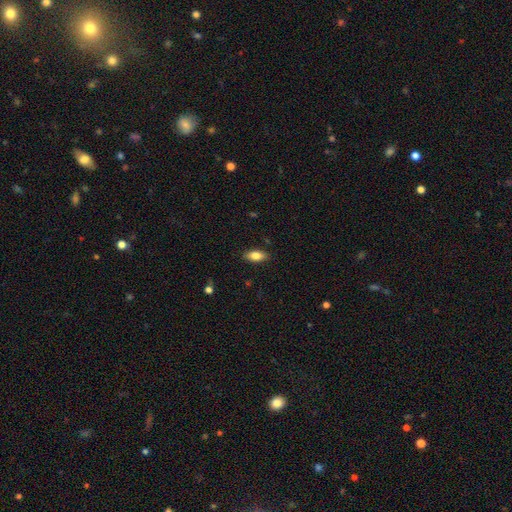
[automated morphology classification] smooth-or-featured: smooth: 79% | featured or disk: 14% | star or artifact: 7%
  how-rounded: in between: 86% | cigar-shaped: 11% | round: 3%
  merging: none: 87% | minor disturbance: 10% | major disturbance: 2% | merger: 1%